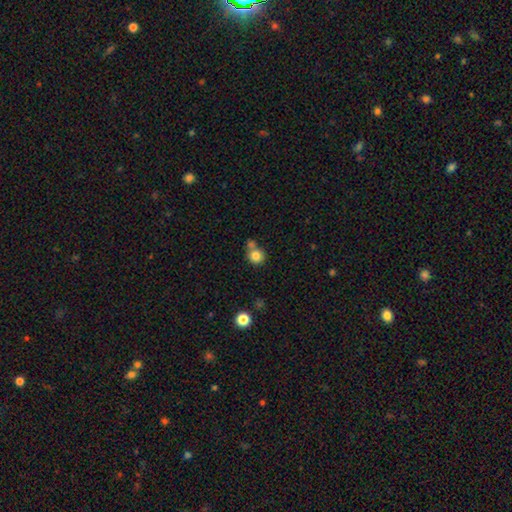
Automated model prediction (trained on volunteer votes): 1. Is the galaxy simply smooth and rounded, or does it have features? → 81% smooth, 11% star or artifact, 8% featured or disk.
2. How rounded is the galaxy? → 90% round, 9% in between, 1% cigar-shaped.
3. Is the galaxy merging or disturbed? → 57% none, 30% merger, 10% minor disturbance, 3% major disturbance.